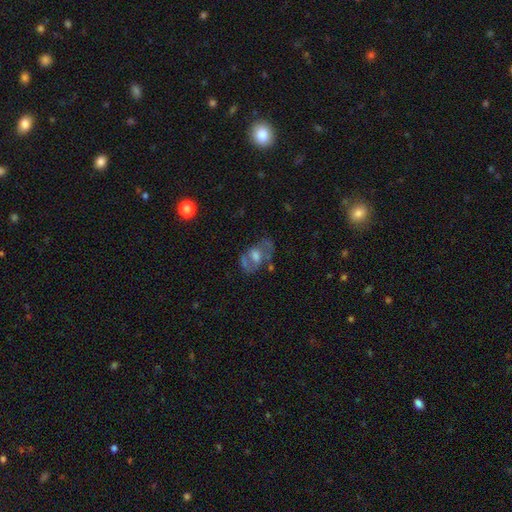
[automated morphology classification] This appears to be a featured or disk galaxy (58%) with no bar (63%), no spiral arms (64%) and a moderate central bulge (48%). Merging: none (55%).